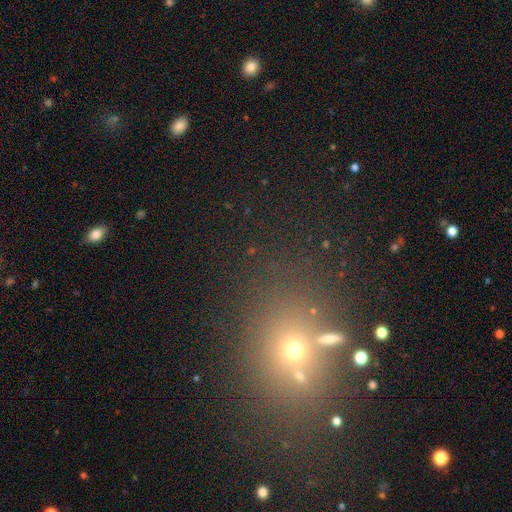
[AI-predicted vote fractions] star or artifact 45%, smooth 41%, featured or disk 14%.